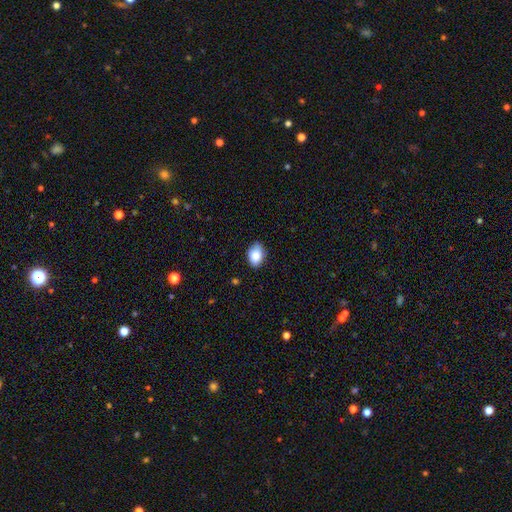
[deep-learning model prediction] Morphology: type=smooth (85%); roundness=in between (85%); merging=none (79%).